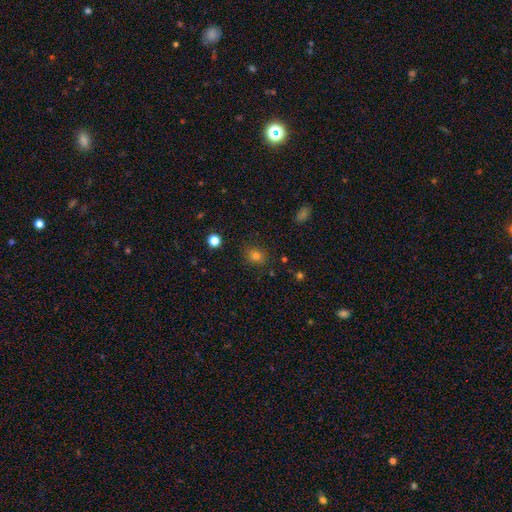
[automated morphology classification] This is likely a smooth galaxy (76%). How rounded: likely round (63%). Merging: clearly none (85%).